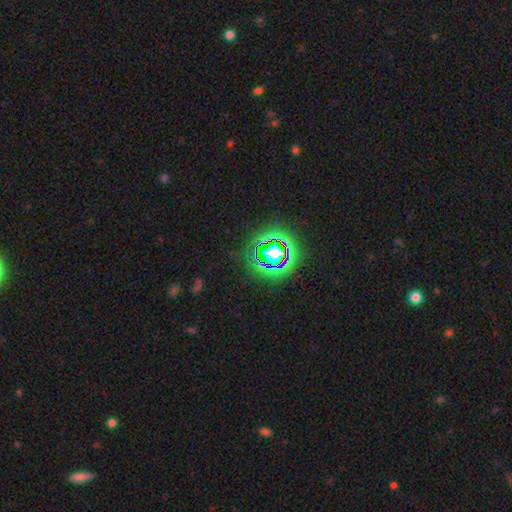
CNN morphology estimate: smooth-or-featured: star or artifact: 77% | smooth: 15% | featured or disk: 9%